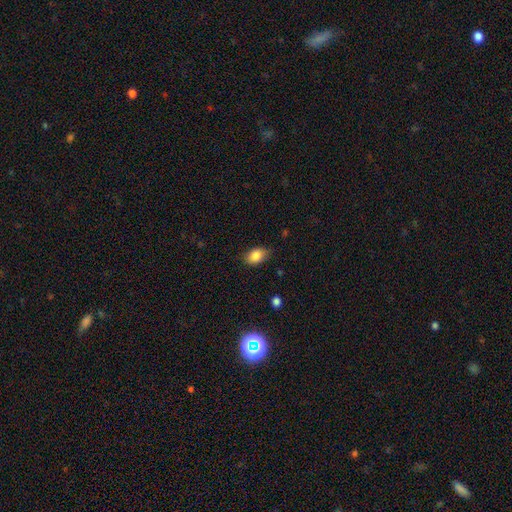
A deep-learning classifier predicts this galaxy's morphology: Smooth or featured?
  - smooth: 86% *
  - star or artifact: 8%
  - featured or disk: 6%
How rounded?
  - in between: 86% *
  - round: 12%
  - cigar-shaped: 2%
Merging?
  - none: 78% *
  - minor disturbance: 18%
  - major disturbance: 4%
  - merger: 1%